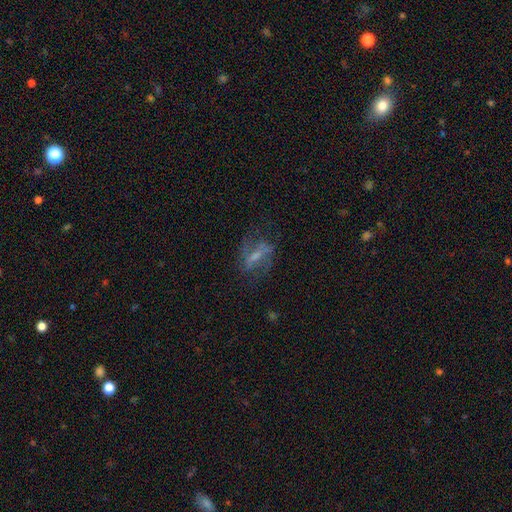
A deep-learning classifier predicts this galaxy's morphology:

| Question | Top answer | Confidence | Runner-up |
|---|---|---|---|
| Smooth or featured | featured or disk | 63% | smooth (22%) |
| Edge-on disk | no | 85% | yes (15%) |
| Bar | strong | 44% | weak (36%) |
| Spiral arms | yes | 70% | no (30%) |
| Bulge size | small | 46% | moderate (28%) |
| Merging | none | 64% | minor disturbance (17%) |